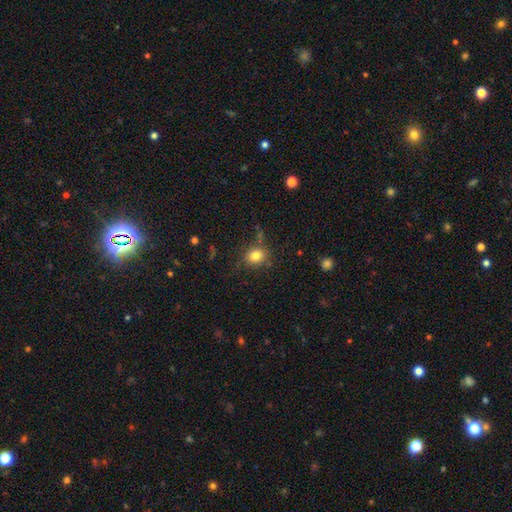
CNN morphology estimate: smooth 81%, star or artifact 12%, featured or disk 7%. Down the decision tree: how rounded — round (66%); merging — none (76%).